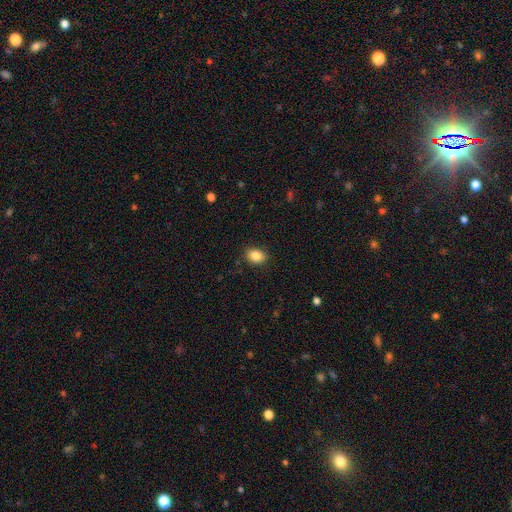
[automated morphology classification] A smooth galaxy with no disk features (86%) that is in between round and cigar-shaped (72%). Merging: none (87%).